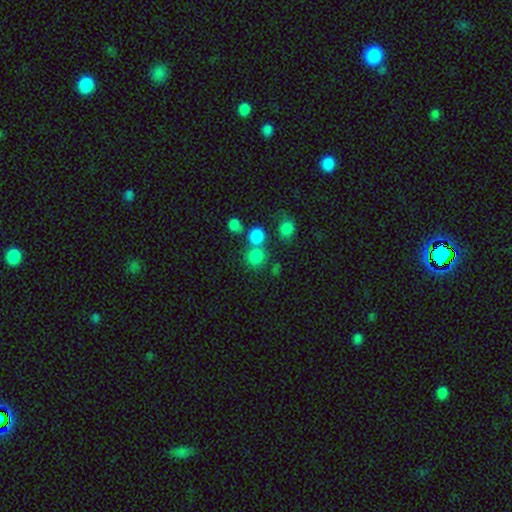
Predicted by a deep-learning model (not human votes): Smooth or featured? smooth (79%)
How rounded? round (86%)
Merging? none (56%)